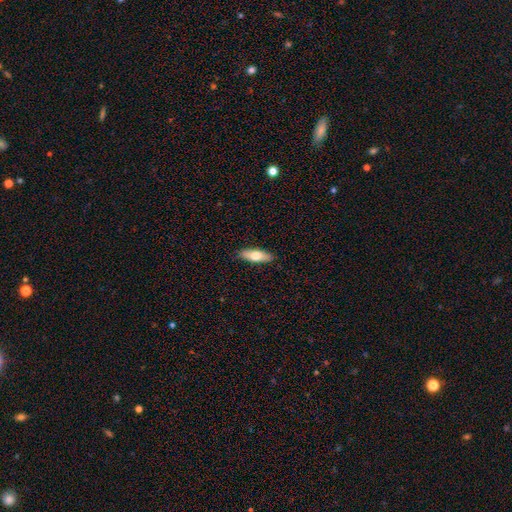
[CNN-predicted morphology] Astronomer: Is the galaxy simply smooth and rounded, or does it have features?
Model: smooth — 68%.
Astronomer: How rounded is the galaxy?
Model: in between — 59% (runner-up: cigar-shaped, 39%).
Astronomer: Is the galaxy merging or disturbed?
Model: none — 89%.